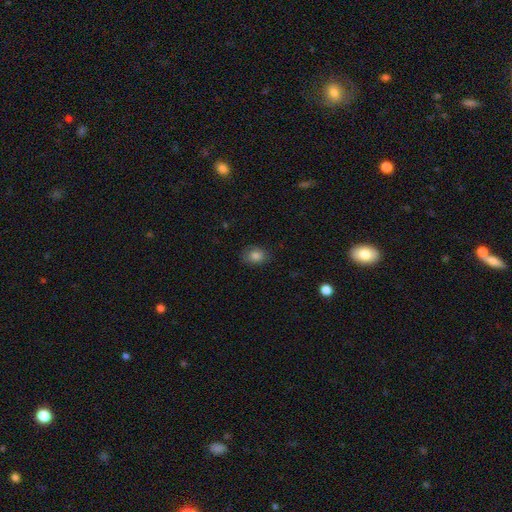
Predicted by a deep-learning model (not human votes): A smooth galaxy with no disk features (82%) that is in between round and cigar-shaped (61%).

Vote fractions:
- Smooth or featured? smooth: 82% / star or artifact: 11% / featured or disk: 7%
- How rounded? in between: 61% / round: 38% / cigar-shaped: 1%
- Merging? none: 83% / minor disturbance: 14% / major disturbance: 3% / merger: 1%